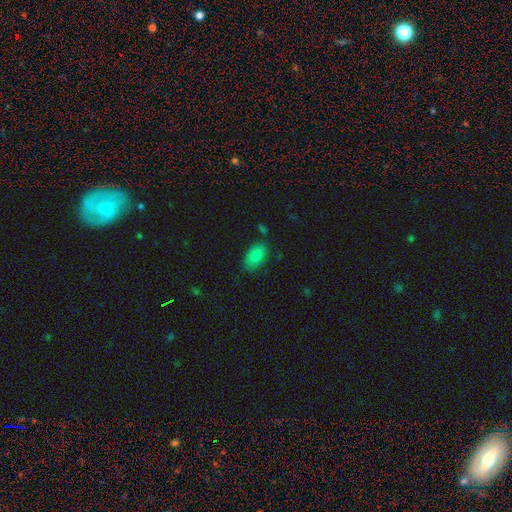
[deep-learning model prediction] Smooth or featured? Predicted: smooth (p=0.83). How rounded? Predicted: in between (p=0.92). Merging? Predicted: none (p=0.79).